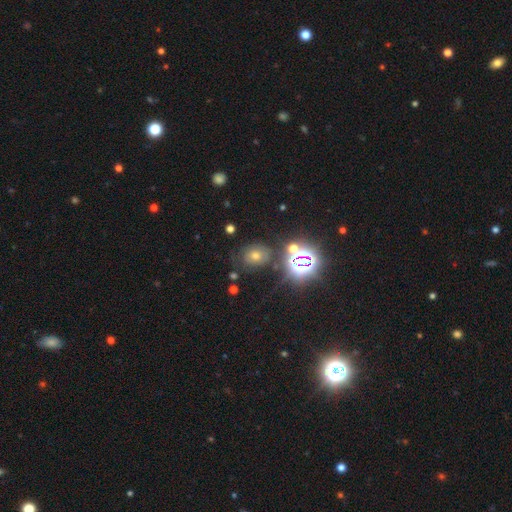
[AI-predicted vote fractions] This appears to be a star or artifact, not a galaxy (46%).